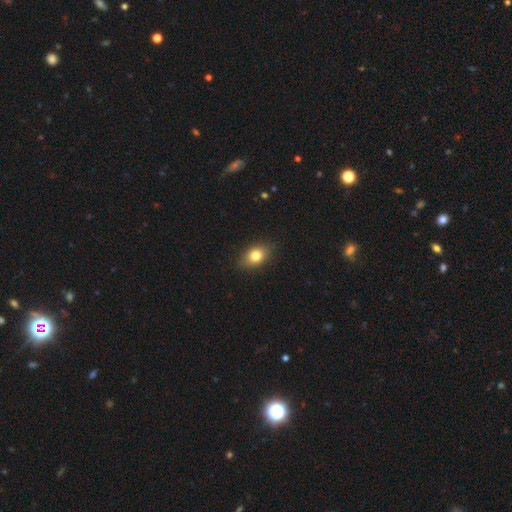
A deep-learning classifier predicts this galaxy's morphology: type=smooth (81%); roundness=in between (73%); merging=none (84%).